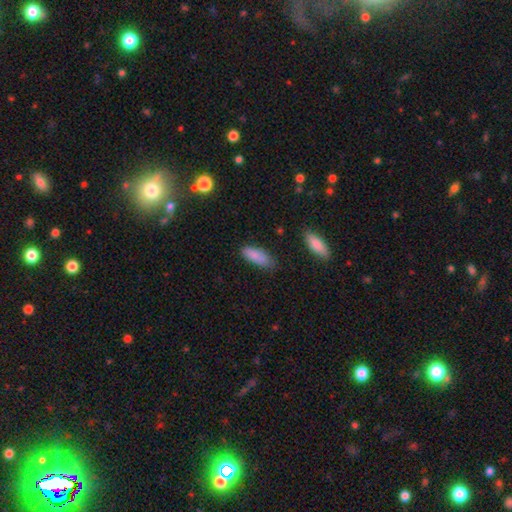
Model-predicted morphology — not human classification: A smooth galaxy with no disk features (87%) that is in between round and cigar-shaped (73%).

Vote fractions:
- Smooth or featured? smooth: 87% / featured or disk: 7% / star or artifact: 6%
- How rounded? in between: 73% / cigar-shaped: 25% / round: 2%
- Merging? none: 73% / minor disturbance: 21% / major disturbance: 4% / merger: 2%